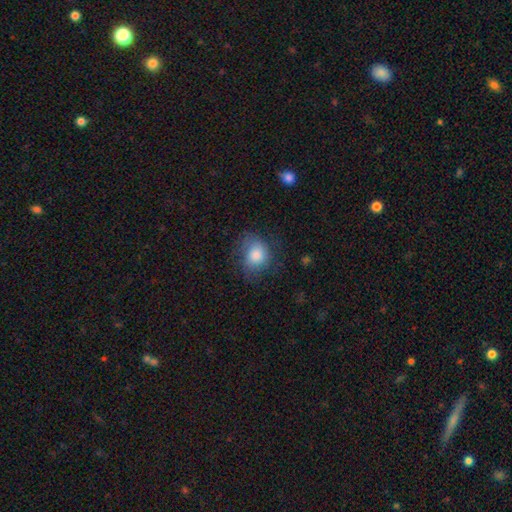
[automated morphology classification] Smooth or featured? smooth (77%)
How rounded? round (62%)
Merging? none (61%)